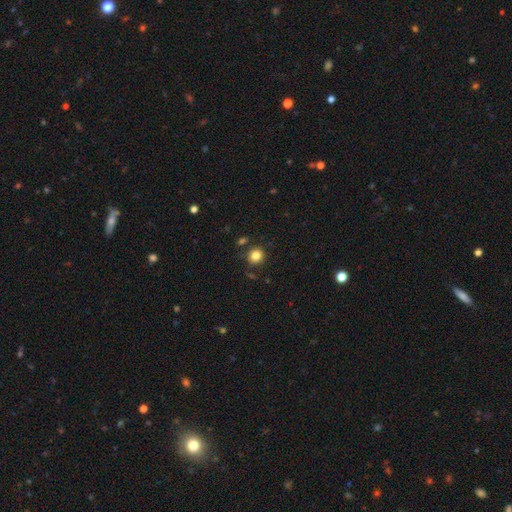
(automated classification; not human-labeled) Smooth or featured? smooth (83%)
How rounded? round (85%)
Merging? none (83%)